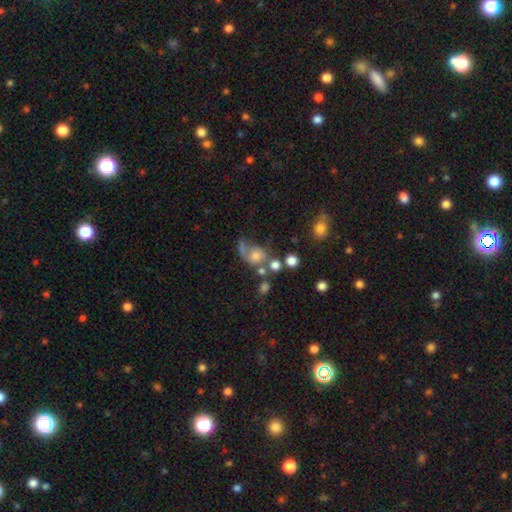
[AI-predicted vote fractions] Smooth or featured: smooth — 53% (featured or disk — 30%)
How rounded: round — 56% (in between — 43%)
Merging: none — 29% (major disturbance — 28%)